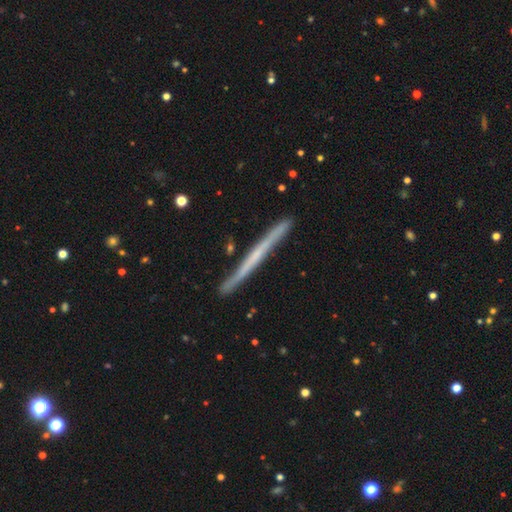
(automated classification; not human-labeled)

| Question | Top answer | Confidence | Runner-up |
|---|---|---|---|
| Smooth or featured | featured or disk | 62% | smooth (32%) |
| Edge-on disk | yes | 97% | no (3%) |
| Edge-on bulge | none | 85% | rounded (11%) |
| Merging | none | 89% | minor disturbance (9%) |